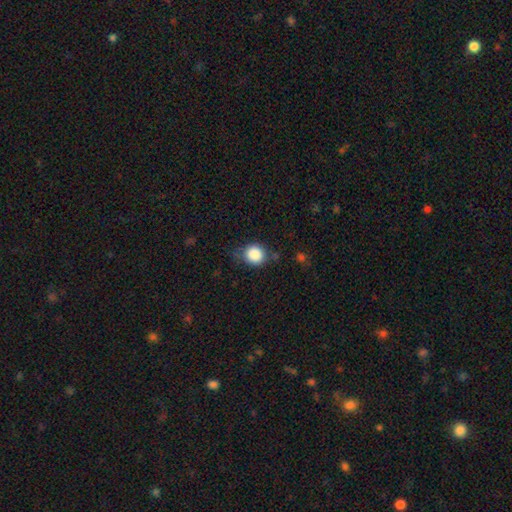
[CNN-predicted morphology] smooth_or_featured: smooth (p=0.86) [alt: star or artifact p=0.09]
how_rounded: round (p=0.84) [alt: in between p=0.15]
merging: none (p=0.68) [alt: minor disturbance p=0.22]